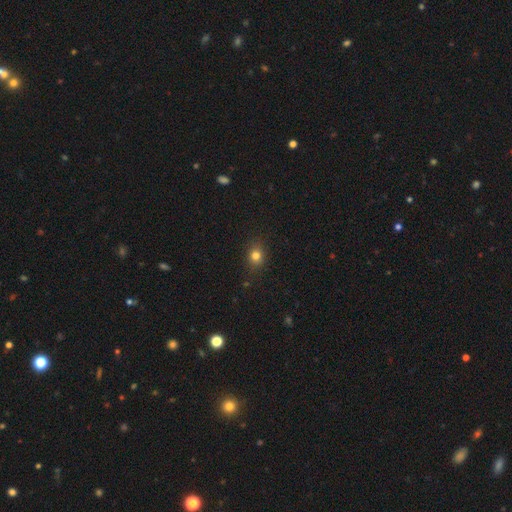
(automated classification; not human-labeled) Smooth or featured: smooth — 79% (star or artifact — 14%)
How rounded: round — 64% (in between — 35%)
Merging: none — 86% (minor disturbance — 10%)